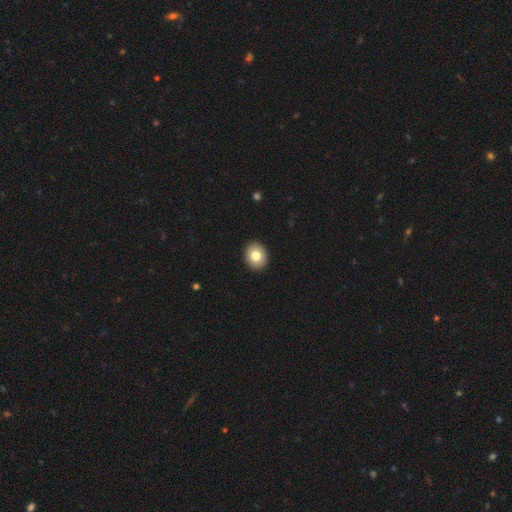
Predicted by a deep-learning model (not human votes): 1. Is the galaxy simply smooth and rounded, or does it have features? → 81% smooth, 11% featured or disk, 8% star or artifact.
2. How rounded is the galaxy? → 57% round, 42% in between, 1% cigar-shaped.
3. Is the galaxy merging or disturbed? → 93% none, 5% minor disturbance, 1% major disturbance, 1% merger.